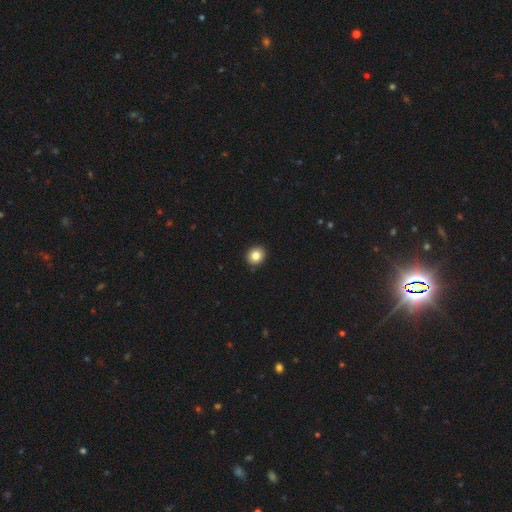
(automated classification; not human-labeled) Smooth or featured? smooth (84%)
How rounded? round (80%)
Merging? none (92%)